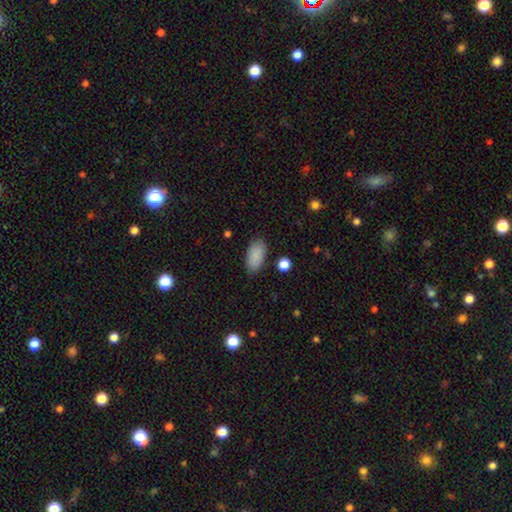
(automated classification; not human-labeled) A smooth galaxy with no disk features (88%) that is in between round and cigar-shaped (93%).

Vote fractions:
- Smooth or featured? smooth: 88% / star or artifact: 7% / featured or disk: 5%
- How rounded? in between: 93% / cigar-shaped: 4% / round: 3%
- Merging? none: 84% / minor disturbance: 11% / major disturbance: 3% / merger: 2%